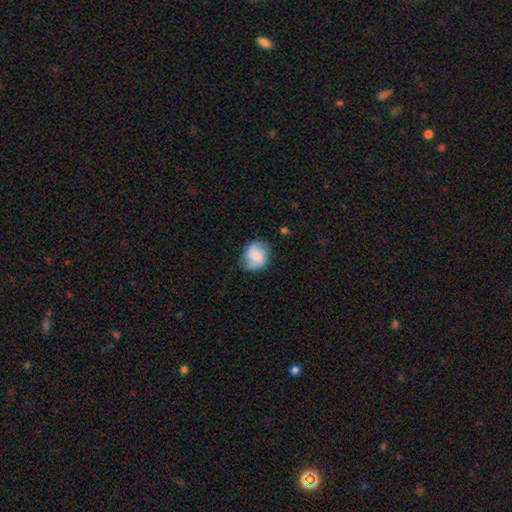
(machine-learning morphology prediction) Smooth or featured? smooth (58%)
How rounded? round (72%)
Merging? none (74%)